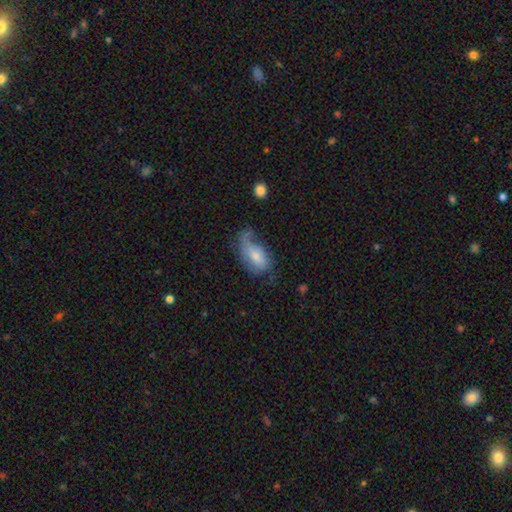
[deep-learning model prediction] smooth-or-featured: smooth: 54% | featured or disk: 39% | star or artifact: 8%
  how-rounded: in between: 88% | round: 7% | cigar-shaped: 5%
  merging: major disturbance: 38% | none: 30% | minor disturbance: 28% | merger: 5%